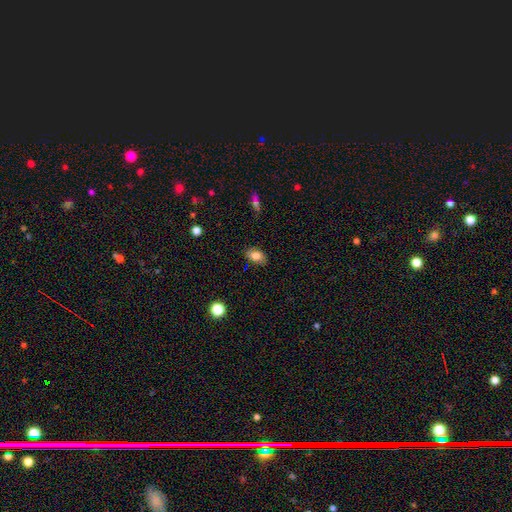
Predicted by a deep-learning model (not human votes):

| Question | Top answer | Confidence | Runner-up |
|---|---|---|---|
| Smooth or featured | smooth | 81% | featured or disk (11%) |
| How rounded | in between | 88% | round (11%) |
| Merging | none | 83% | minor disturbance (13%) |